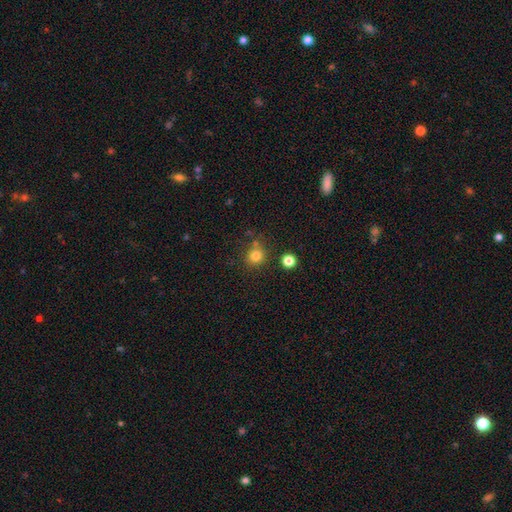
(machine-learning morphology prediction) Overall: smooth (80%). How rounded: round (88%). Merging: none (75%).